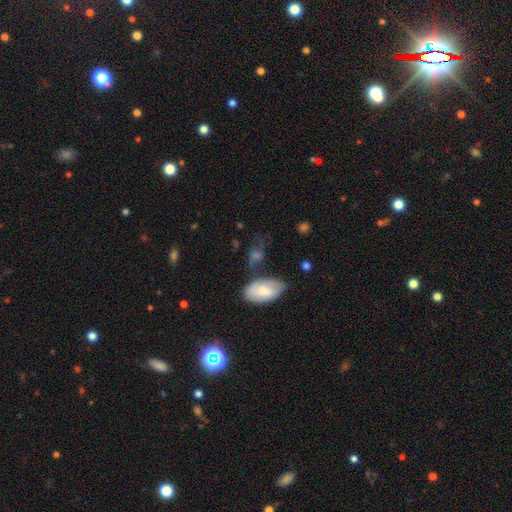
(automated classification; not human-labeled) Smooth or featured? smooth (59%)
How rounded? in between (76%)
Merging? none (53%)